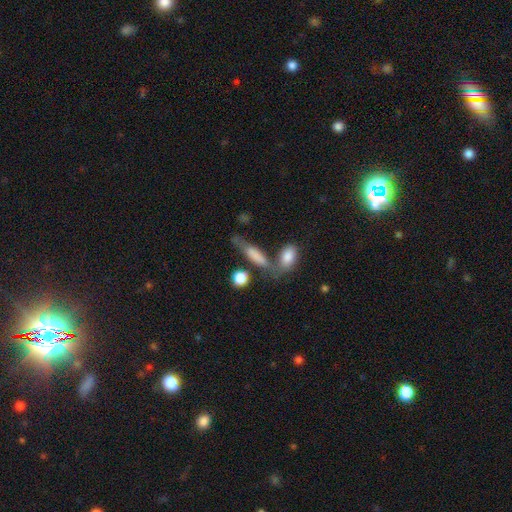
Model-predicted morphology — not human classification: smooth-or-featured: smooth: 73% | featured or disk: 18% | star or artifact: 9%
  how-rounded: cigar-shaped: 51% | in between: 42% | round: 7%
  merging: none: 46% | merger: 25% | minor disturbance: 19% | major disturbance: 10%